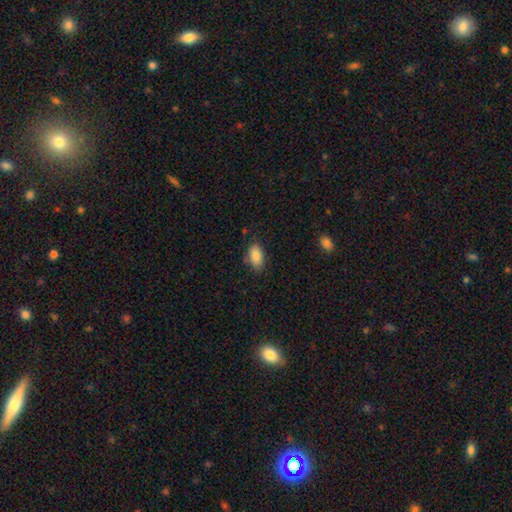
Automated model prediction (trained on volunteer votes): This is clearly a smooth galaxy (88%). How rounded: clearly in between (92%). Merging: likely none (76%).